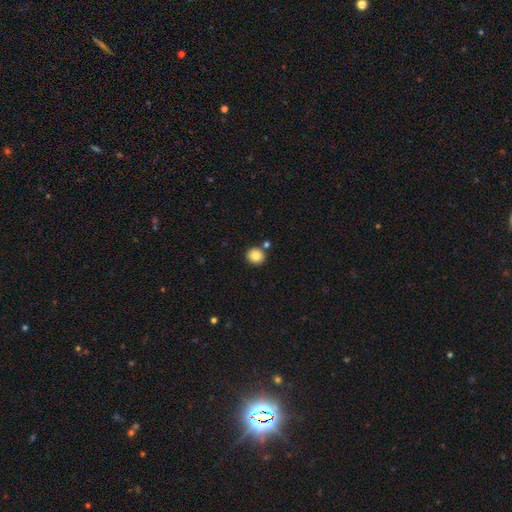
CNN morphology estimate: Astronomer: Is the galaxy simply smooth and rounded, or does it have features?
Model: smooth — 84%.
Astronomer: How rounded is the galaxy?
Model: round — 86%.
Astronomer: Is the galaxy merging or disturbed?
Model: none — 83%.